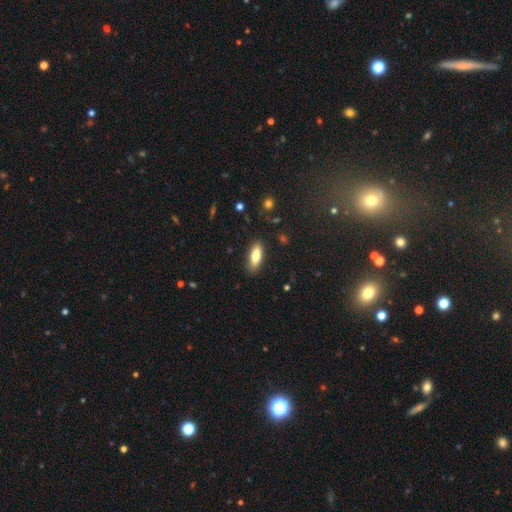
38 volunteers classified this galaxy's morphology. A smooth galaxy with no disk features (79%) that is cigar-shaped (57%).

Vote fractions:
- Smooth or featured? smooth: 79% / featured or disk: 16% / star or artifact: 5%
- How rounded? cigar-shaped: 57% / in between: 43% / round: 0%
- Merging? none: 89% / minor disturbance: 6% / major disturbance: 3% / merger: 3%